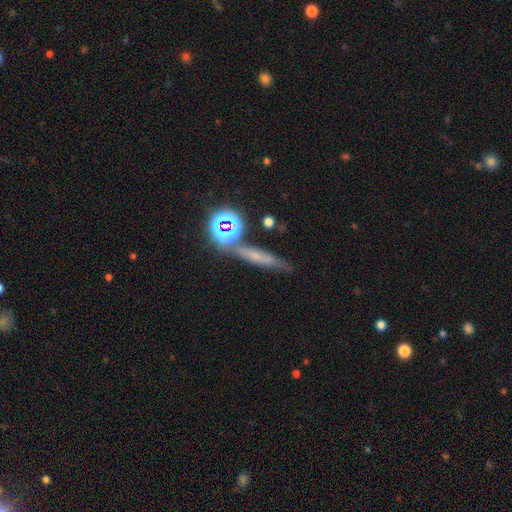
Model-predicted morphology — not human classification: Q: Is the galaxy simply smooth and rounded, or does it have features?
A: smooth — 40%.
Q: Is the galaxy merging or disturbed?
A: none — 73%.